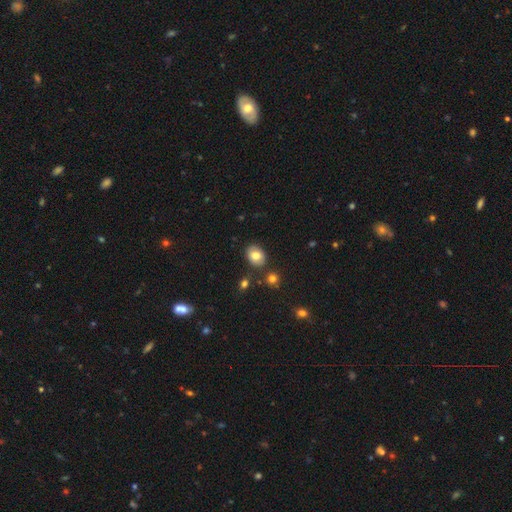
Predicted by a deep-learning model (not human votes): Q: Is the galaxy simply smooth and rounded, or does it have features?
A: smooth — 78%.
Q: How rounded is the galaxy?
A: in between — 61%.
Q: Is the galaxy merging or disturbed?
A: none — 81%.